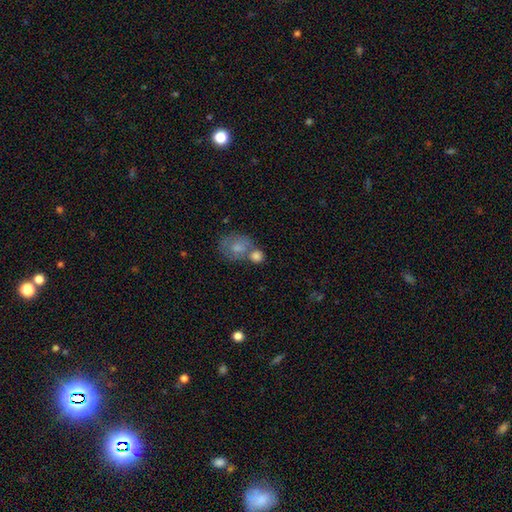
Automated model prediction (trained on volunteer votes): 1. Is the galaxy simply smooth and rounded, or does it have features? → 75% smooth, 15% featured or disk, 10% star or artifact.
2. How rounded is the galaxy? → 66% round, 32% in between, 2% cigar-shaped.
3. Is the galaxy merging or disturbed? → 44% merger, 38% none, 12% minor disturbance, 7% major disturbance.